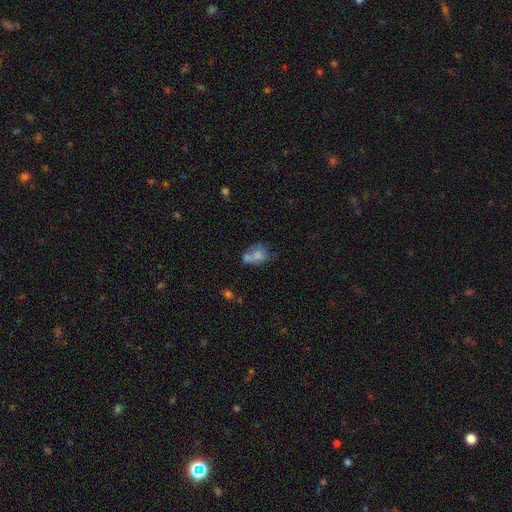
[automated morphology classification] A smooth galaxy with no disk features (68%) that is in between round and cigar-shaped (59%).

Vote fractions:
- Smooth or featured? smooth: 68% / featured or disk: 22% / star or artifact: 10%
- How rounded? in between: 59% / round: 39% / cigar-shaped: 2%
- Merging? merger: 47% / none: 27% / minor disturbance: 16% / major disturbance: 10%